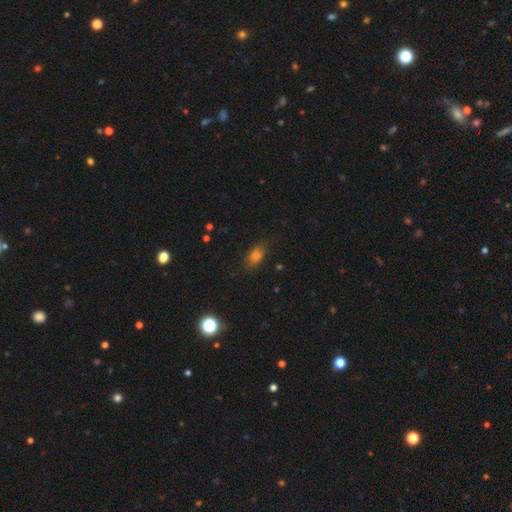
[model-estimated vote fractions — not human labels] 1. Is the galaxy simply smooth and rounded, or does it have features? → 69% smooth, 19% star or artifact, 12% featured or disk.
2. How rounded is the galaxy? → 75% in between, 19% round, 7% cigar-shaped.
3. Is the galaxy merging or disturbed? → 77% none, 16% minor disturbance, 5% major disturbance, 2% merger.